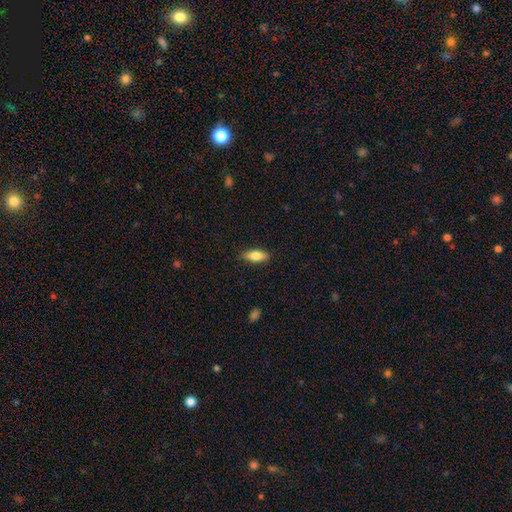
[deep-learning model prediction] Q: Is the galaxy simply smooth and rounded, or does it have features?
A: smooth — 79%.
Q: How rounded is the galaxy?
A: in between — 75%.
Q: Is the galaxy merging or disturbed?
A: none — 84%.